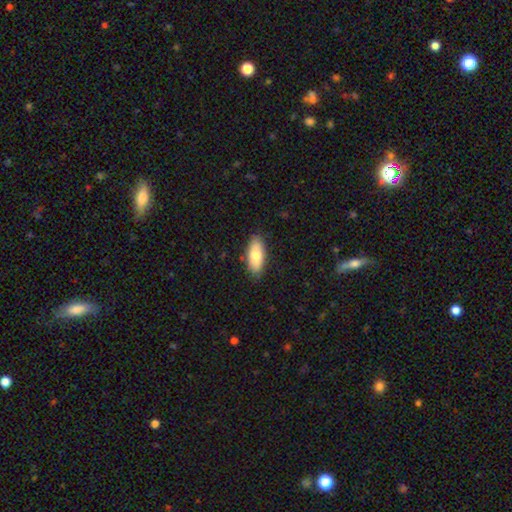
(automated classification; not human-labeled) The model was most divided on "smooth or featured": smooth: 78%, featured or disk: 15%, star or artifact: 6%. More confident: merging — none (86%); how rounded — in between (81%).